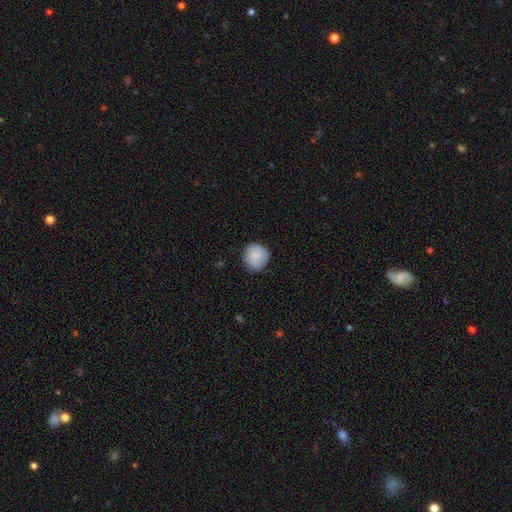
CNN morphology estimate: This is clearly a smooth galaxy (82%). How rounded: clearly round (90%). Merging: clearly none (82%).